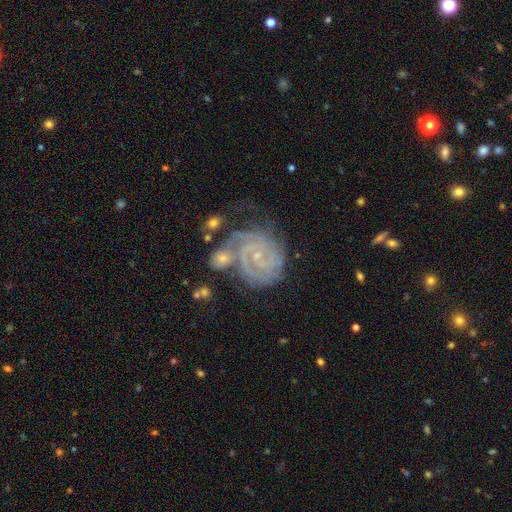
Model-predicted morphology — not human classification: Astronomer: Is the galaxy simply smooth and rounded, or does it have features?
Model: featured or disk — 86%.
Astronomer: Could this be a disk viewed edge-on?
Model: no — 98%.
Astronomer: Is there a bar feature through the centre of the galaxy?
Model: no — 59%.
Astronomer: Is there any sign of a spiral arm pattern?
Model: yes — 98%.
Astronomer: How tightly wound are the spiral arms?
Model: tight — 77%.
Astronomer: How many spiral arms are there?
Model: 3 — 27%, tied with 2 at 27%.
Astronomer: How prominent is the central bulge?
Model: small — 80%.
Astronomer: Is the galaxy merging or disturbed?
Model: none — 49%.